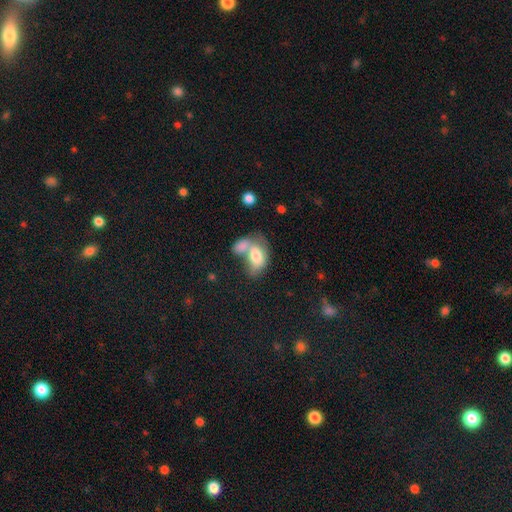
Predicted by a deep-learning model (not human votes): Smooth or featured: smooth — 72% (featured or disk — 21%)
How rounded: in between — 90% (round — 8%)
Merging: merger — 62% (none — 18%)